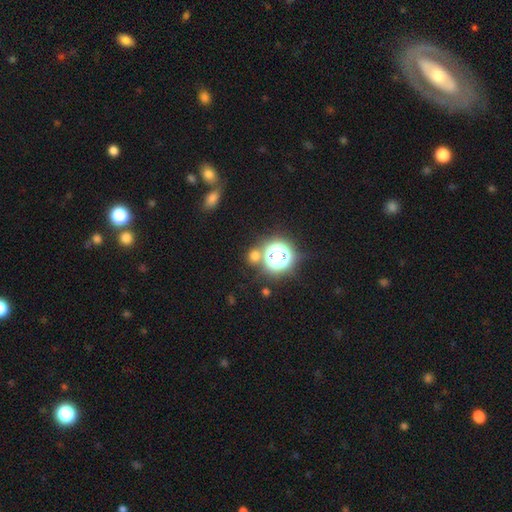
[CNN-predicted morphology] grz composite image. It shows a smooth galaxy with no disk features (54%) that is round (84%). Merging: none (70%).